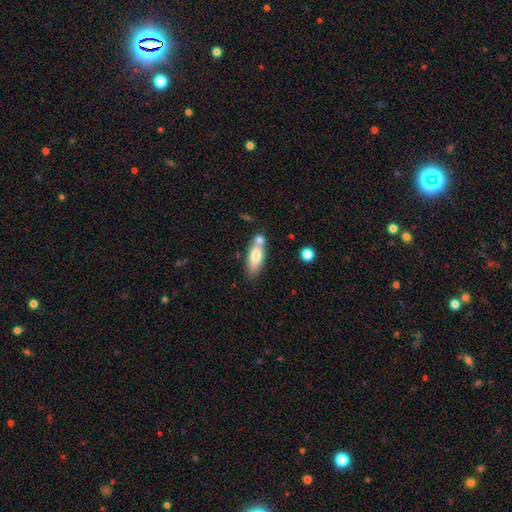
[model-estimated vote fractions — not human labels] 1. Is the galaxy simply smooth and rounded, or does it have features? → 74% smooth, 19% featured or disk, 7% star or artifact.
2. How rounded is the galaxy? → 69% in between, 28% cigar-shaped, 3% round.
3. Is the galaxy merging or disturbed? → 58% none, 23% merger, 15% minor disturbance, 4% major disturbance.